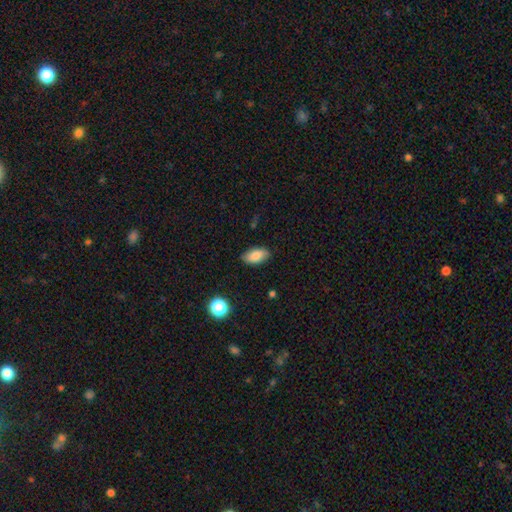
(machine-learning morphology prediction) Q: Smooth or featured?
A: smooth (83%); runner-up: featured or disk (9%)
Q: How rounded?
A: in between (93%); runner-up: round (4%)
Q: Merging?
A: none (84%); runner-up: minor disturbance (13%)